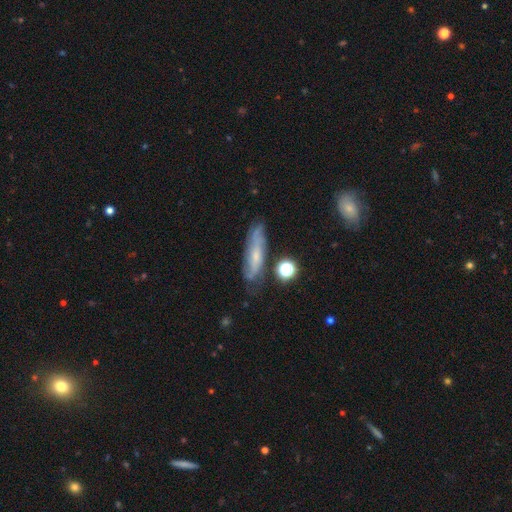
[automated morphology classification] This appears to be a featured or disk galaxy (57%). Merging: none (66%).